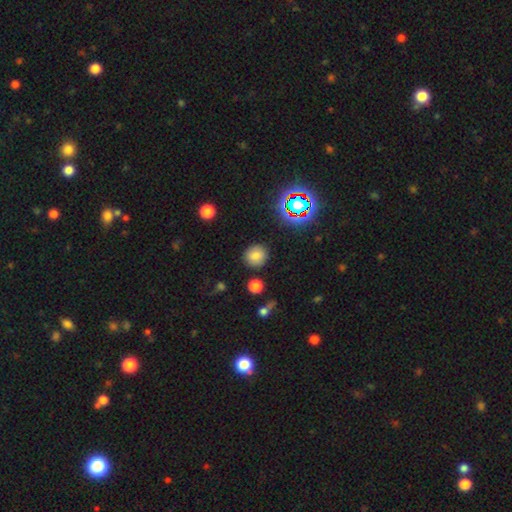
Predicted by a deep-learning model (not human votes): Smooth or featured? smooth (77%)
How rounded? round (89%)
Merging? none (88%)